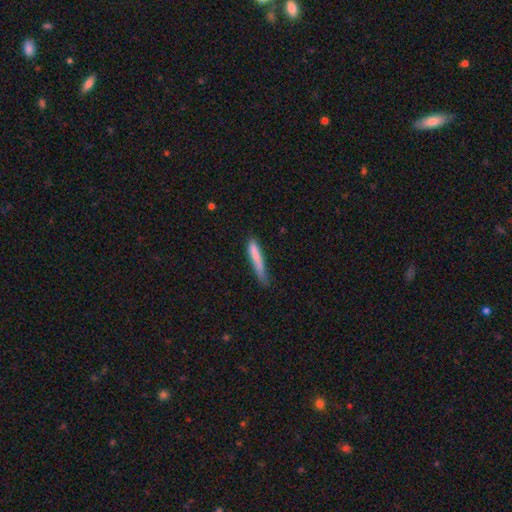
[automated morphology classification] smooth 78%, featured or disk 16%, star or artifact 6%. Down the decision tree: how rounded — cigar-shaped (93%); merging — none (56%).